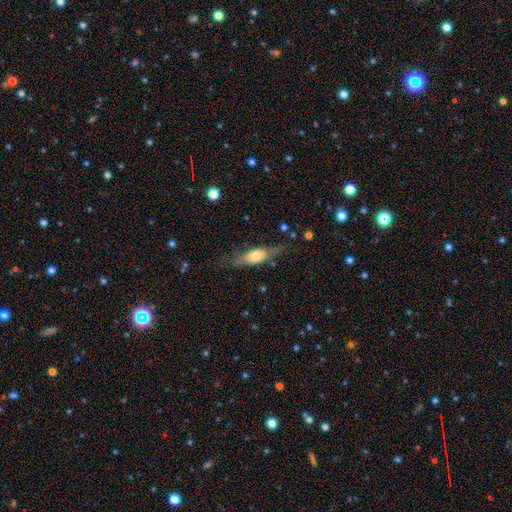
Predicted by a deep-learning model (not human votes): Smooth or featured? Predicted: smooth (p=0.49). Merging? Predicted: none (p=0.66).